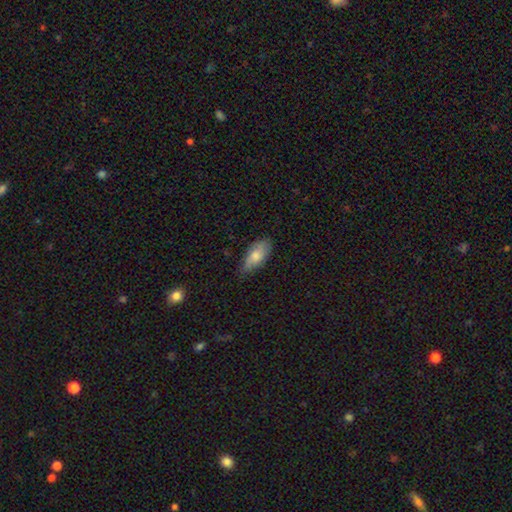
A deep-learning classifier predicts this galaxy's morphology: Q: Smooth or featured?
A: smooth (74%); runner-up: featured or disk (19%)
Q: How rounded?
A: in between (81%); runner-up: cigar-shaped (16%)
Q: Merging?
A: none (71%); runner-up: minor disturbance (24%)